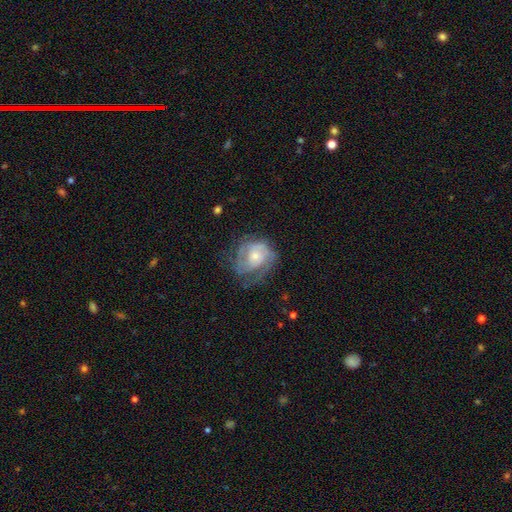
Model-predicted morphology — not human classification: featured or disk 70%, smooth 23%, star or artifact 7%. Down the decision tree: edge-on disk — no (97%); bar — no (73%); spiral arms — yes (84%); spiral arm count — can't tell (35%); spiral winding — tight (50%); bulge size — small (46%); merging — none (50%).